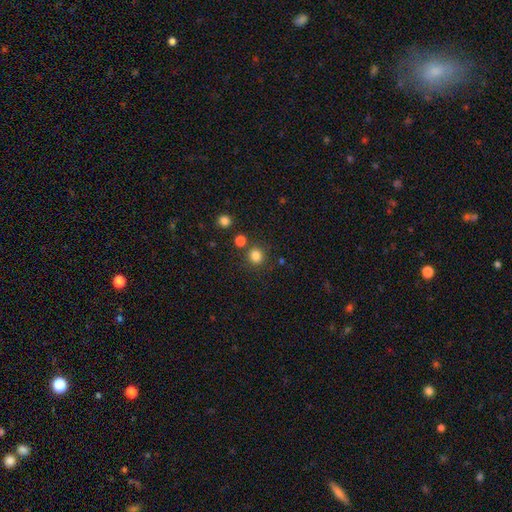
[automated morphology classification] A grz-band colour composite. It shows a smooth galaxy with no disk features (83%) that is round (90%). Merging: none (82%).